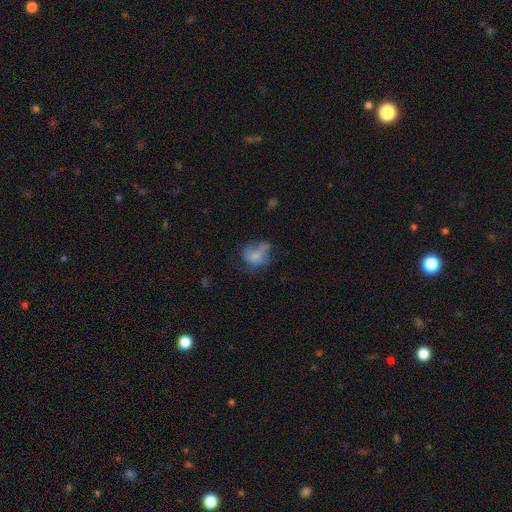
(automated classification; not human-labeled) A smooth galaxy with no disk features (56%) that is in between round and cigar-shaped (51%). Merging: none (35%).